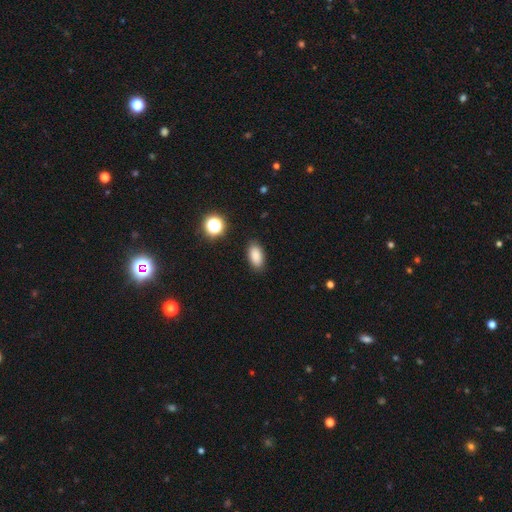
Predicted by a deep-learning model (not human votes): This is clearly a smooth galaxy (86%). How rounded: clearly in between (91%). Merging: clearly none (88%).